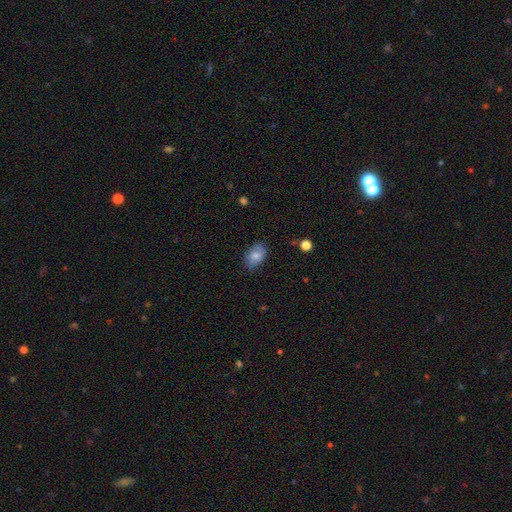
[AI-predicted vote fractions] smooth_or_featured: smooth (p=0.78) [alt: featured or disk p=0.14]
how_rounded: in between (p=0.85) [alt: round p=0.13]
merging: none (p=0.75) [alt: minor disturbance p=0.20]